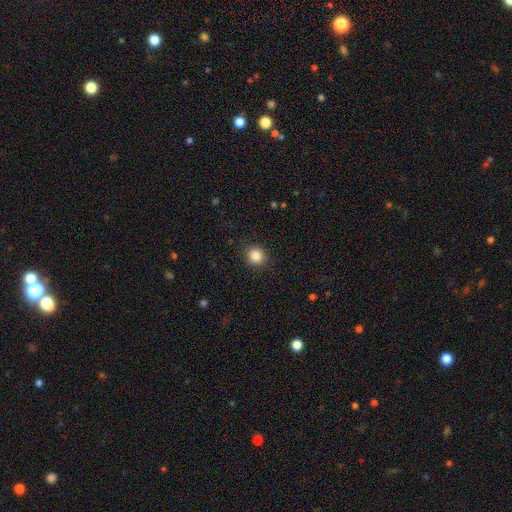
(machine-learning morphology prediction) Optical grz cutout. It shows a smooth galaxy with no disk features (85%) that is round (89%). Merging: none (90%).